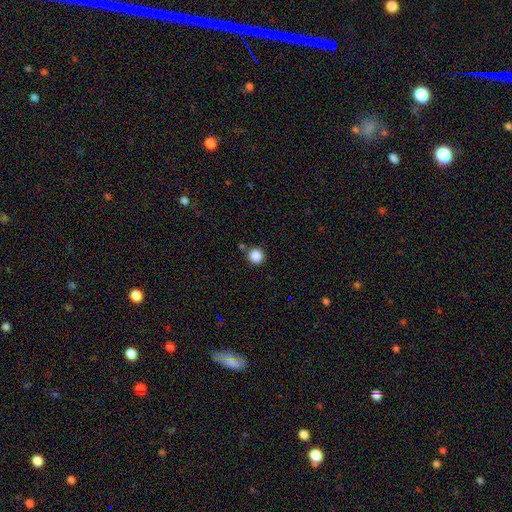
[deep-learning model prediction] Q: Smooth or featured?
A: smooth (87%); runner-up: star or artifact (10%)
Q: How rounded?
A: round (93%); runner-up: in between (6%)
Q: Merging?
A: none (84%); runner-up: minor disturbance (8%)